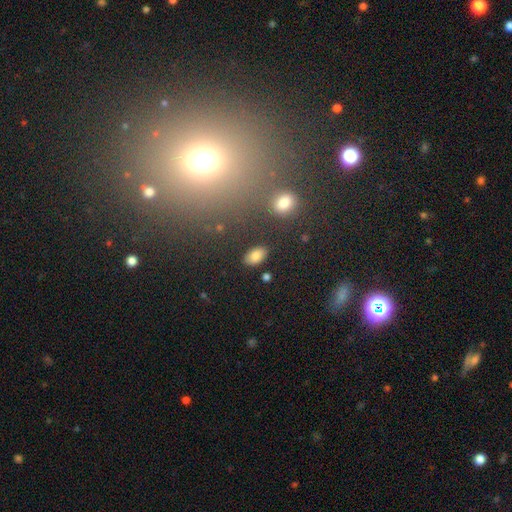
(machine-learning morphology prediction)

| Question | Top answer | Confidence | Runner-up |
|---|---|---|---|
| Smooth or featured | smooth | 83% | star or artifact (10%) |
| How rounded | in between | 92% | round (6%) |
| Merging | none | 86% | minor disturbance (9%) |